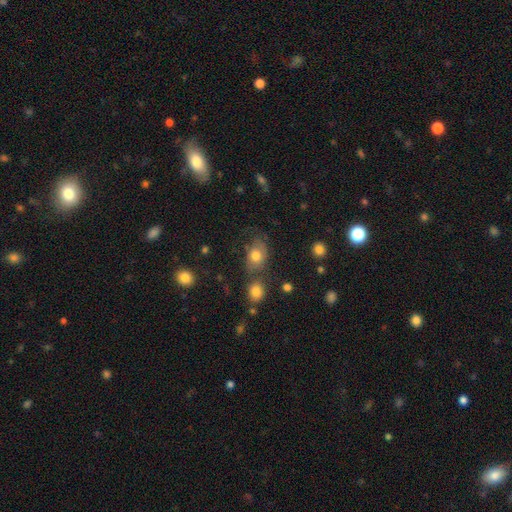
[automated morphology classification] Smooth or featured: smooth — 75% (featured or disk — 14%)
How rounded: in between — 69% (round — 30%)
Merging: none — 58% (minor disturbance — 21%)